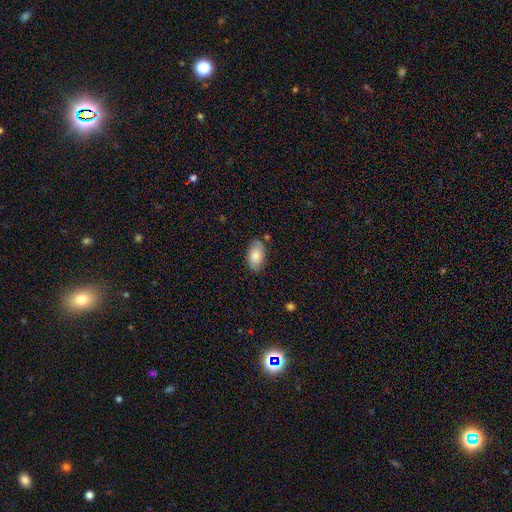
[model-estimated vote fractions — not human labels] Morphology: type=smooth (80%); roundness=in between (94%); merging=none (76%).